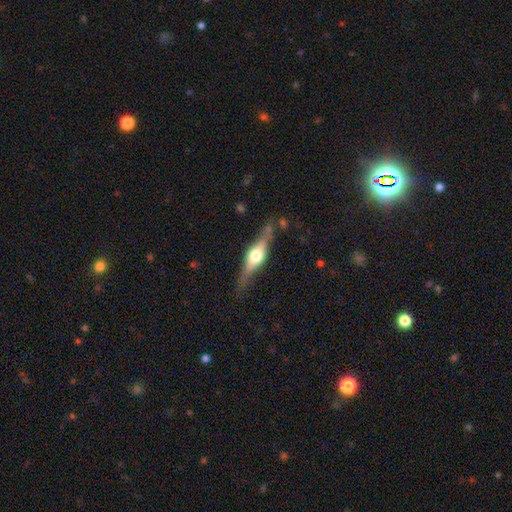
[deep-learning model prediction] This is likely a featured or disk galaxy (66%). It is clearly viewed edge-on (93%). Edge-on bulge: clearly rounded (91%). Merging: likely none (74%).